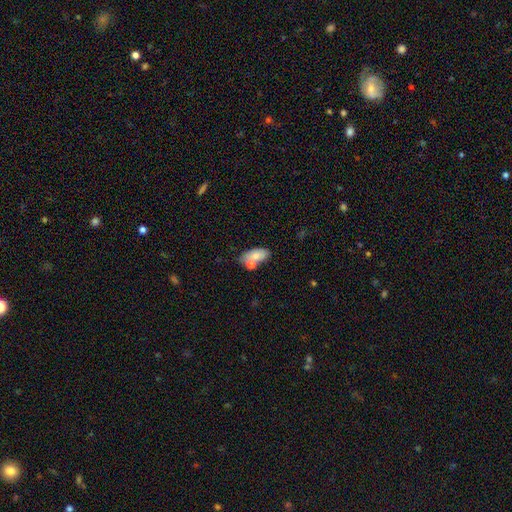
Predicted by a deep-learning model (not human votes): Smooth or featured? Predicted: smooth (p=0.74). How rounded? Predicted: in between (p=0.90). Merging? Predicted: none (p=0.48).